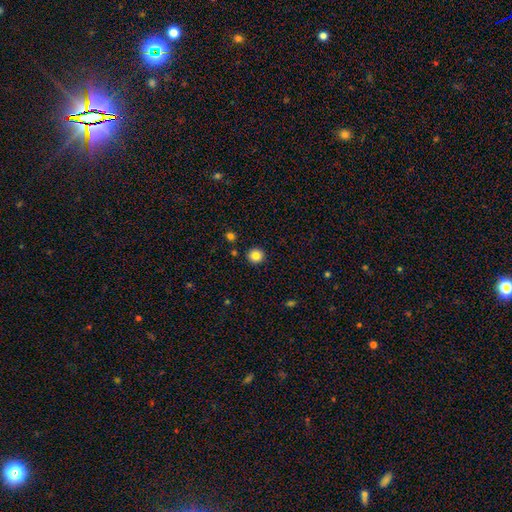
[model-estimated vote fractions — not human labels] This appears to be a smooth galaxy with no disk features (84%) that is round (95%). Merging: none (92%).